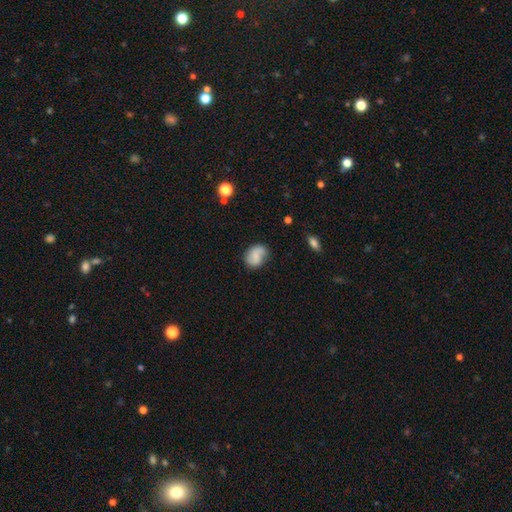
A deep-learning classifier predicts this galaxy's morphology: Q: Smooth or featured?
A: smooth (58%); runner-up: featured or disk (34%)
Q: How rounded?
A: in between (59%); runner-up: round (40%)
Q: Merging?
A: none (66%); runner-up: minor disturbance (24%)